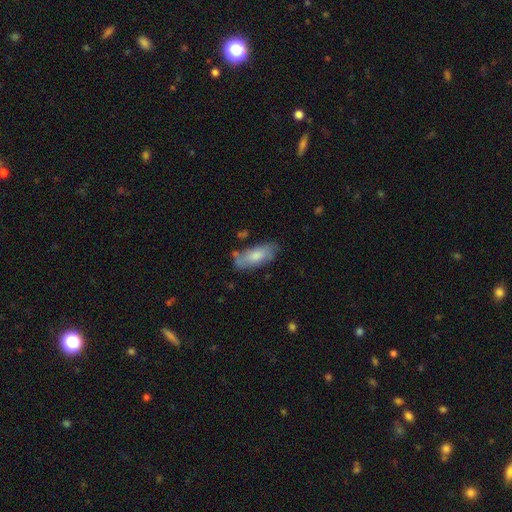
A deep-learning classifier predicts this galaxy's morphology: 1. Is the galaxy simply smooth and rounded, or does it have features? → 73% smooth, 21% featured or disk, 6% star or artifact.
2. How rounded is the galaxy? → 80% in between, 18% cigar-shaped, 2% round.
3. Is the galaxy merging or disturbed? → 65% none, 23% minor disturbance, 6% merger, 6% major disturbance.